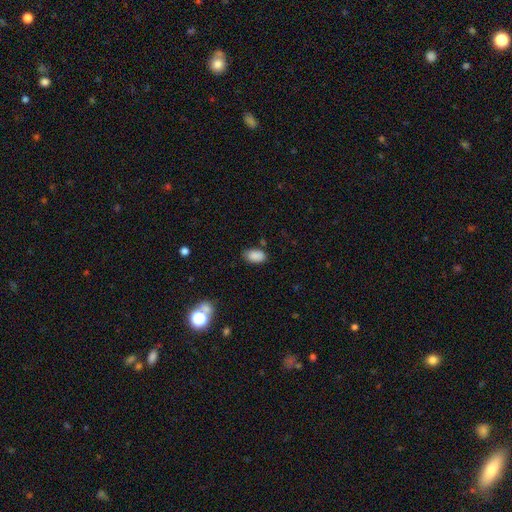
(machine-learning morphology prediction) Overall: smooth (87%). How rounded: in between (92%). Merging: none (78%).